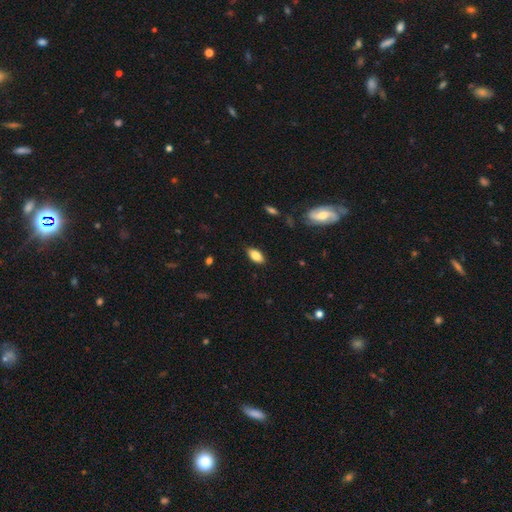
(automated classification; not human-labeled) Overall: smooth (81%). How rounded: in between (90%). Merging: none (86%).